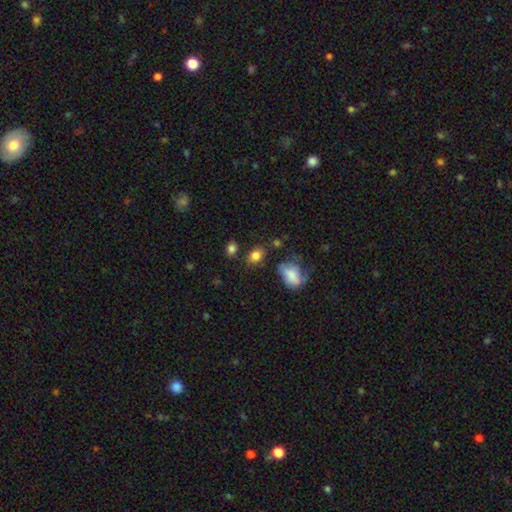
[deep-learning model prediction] Smooth or featured: smooth — 83% (star or artifact — 10%)
How rounded: in between — 73% (round — 26%)
Merging: none — 72% (minor disturbance — 17%)